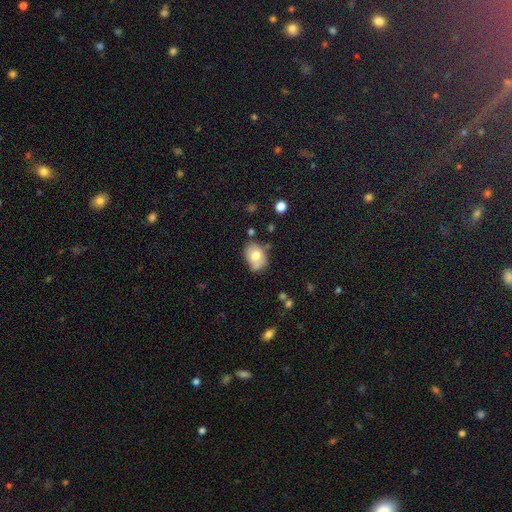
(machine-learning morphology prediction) This is likely a smooth galaxy (72%). How rounded: likely in between (72%). Merging: possibly none (58%).